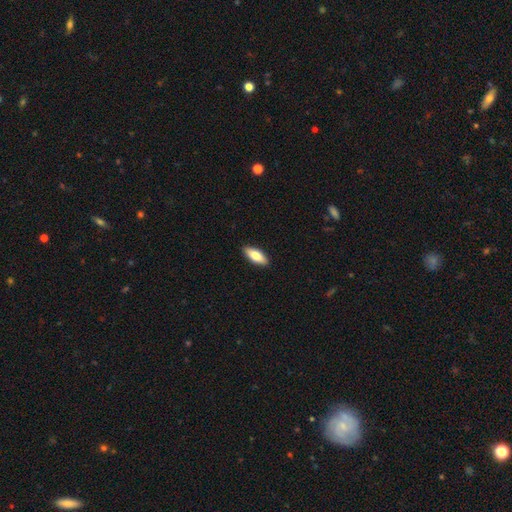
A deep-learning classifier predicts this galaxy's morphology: type=smooth (76%); roundness=in between (76%); merging=none (90%).